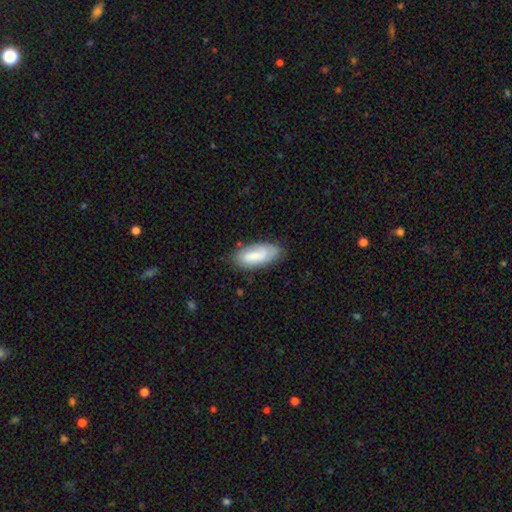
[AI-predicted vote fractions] Smooth or featured: smooth — 74% (featured or disk — 19%)
How rounded: in between — 87% (cigar-shaped — 11%)
Merging: none — 74% (minor disturbance — 20%)